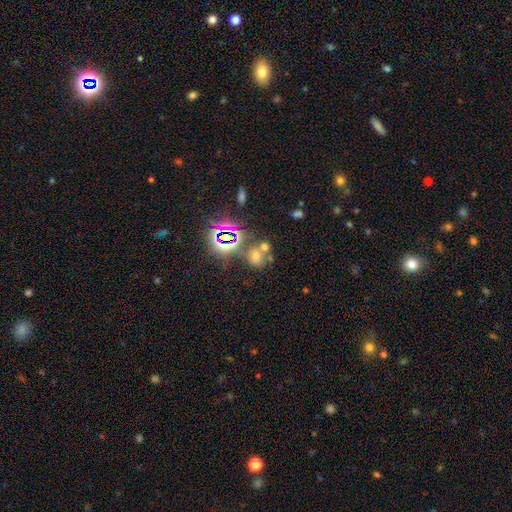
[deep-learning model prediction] Morphology: type=star or artifact (45%).